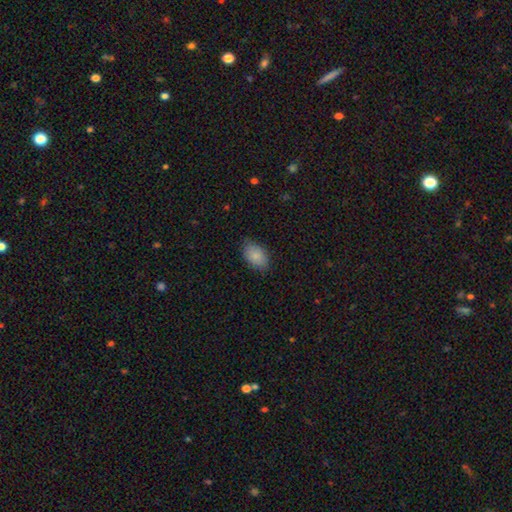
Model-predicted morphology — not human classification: Smooth or featured? smooth (87%)
How rounded? in between (90%)
Merging? none (80%)